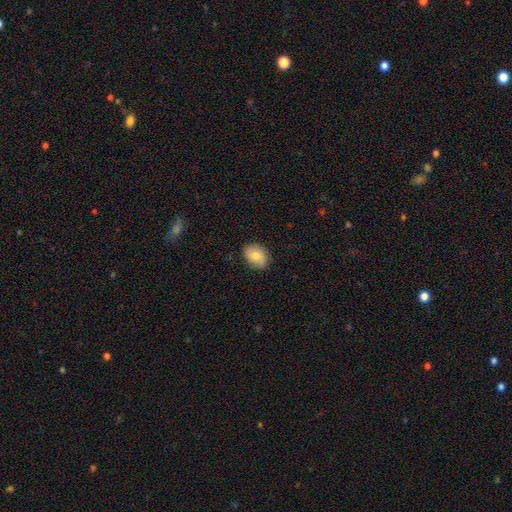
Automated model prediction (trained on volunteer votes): This is likely a smooth galaxy (77%). How rounded: likely in between (72%). Merging: clearly none (86%).